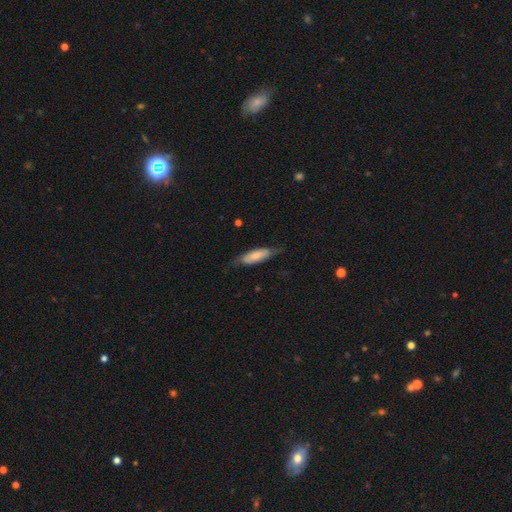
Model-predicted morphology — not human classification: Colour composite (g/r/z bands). It shows a smooth galaxy with no disk features (69%) that is in between round and cigar-shaped (52%). Merging: none (68%).